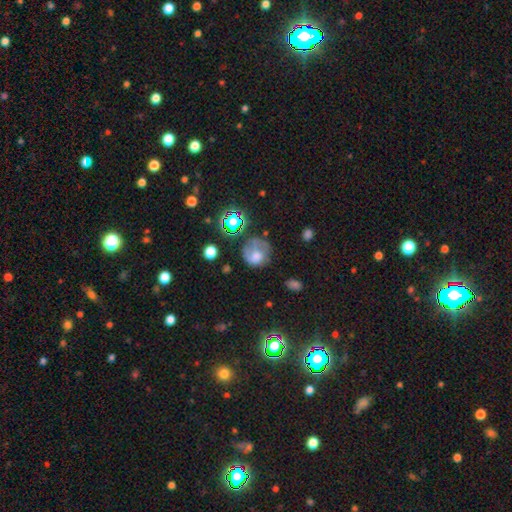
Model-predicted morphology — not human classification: The model was most divided on "smooth or featured": smooth: 49%, featured or disk: 32%, star or artifact: 20%. Remaining: merging — none (48%).